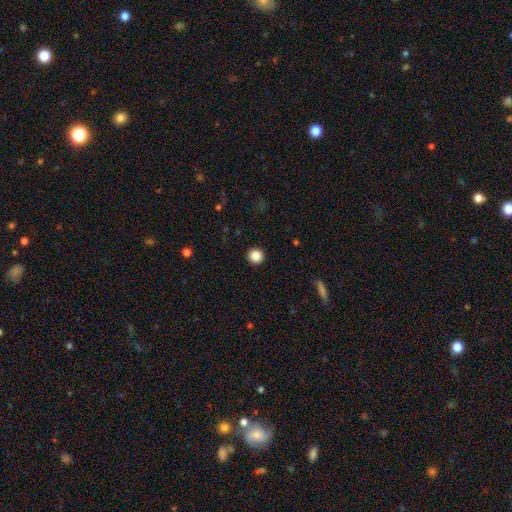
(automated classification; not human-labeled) Morphology: type=smooth (86%); roundness=round (95%); merging=none (93%).